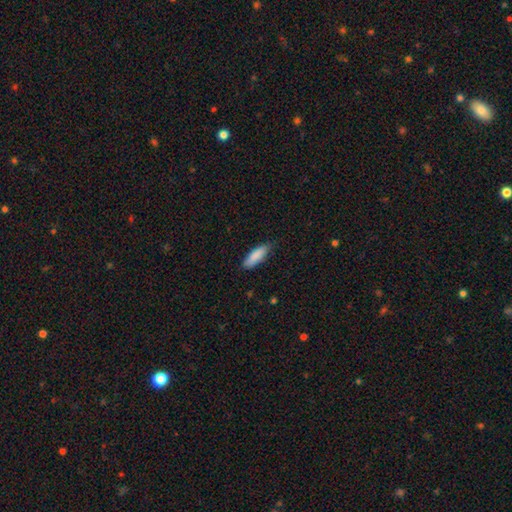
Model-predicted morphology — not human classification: smooth_or_featured: smooth (p=0.87) [alt: featured or disk p=0.07]
how_rounded: in between (p=0.53) [alt: cigar-shaped p=0.45]
merging: none (p=0.80) [alt: minor disturbance p=0.16]